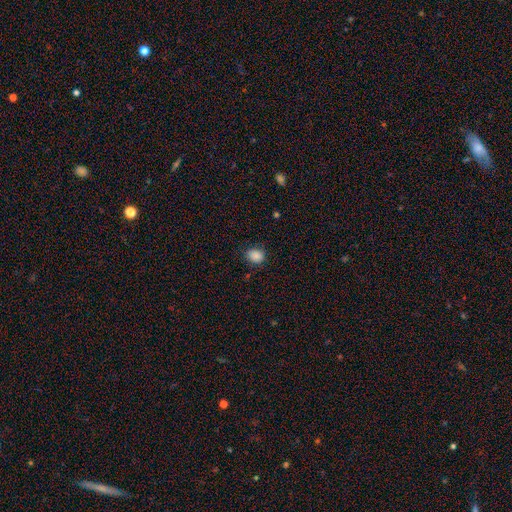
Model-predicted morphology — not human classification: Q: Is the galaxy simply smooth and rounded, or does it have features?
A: smooth — 87%.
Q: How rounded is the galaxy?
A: in between — 50%.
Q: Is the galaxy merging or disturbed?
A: none — 78%.